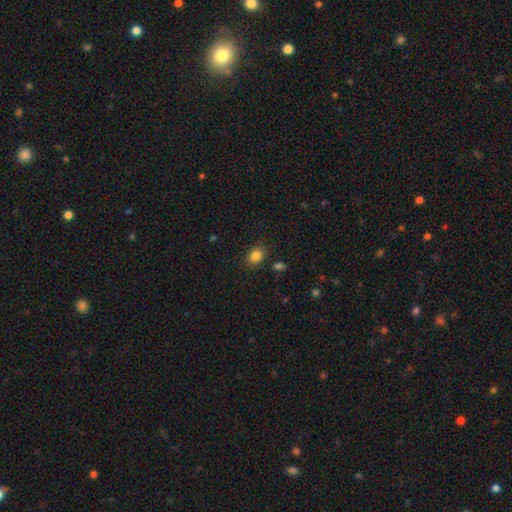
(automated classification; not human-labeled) This is clearly a smooth galaxy (84%). How rounded: possibly in between (60%). Merging: clearly none (82%).